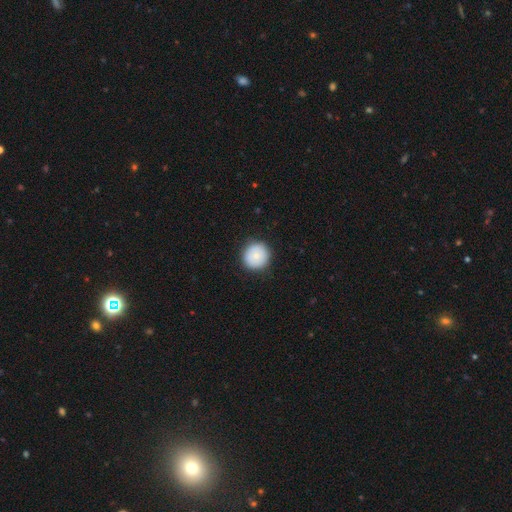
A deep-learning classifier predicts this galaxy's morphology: Smooth or featured: smooth — 78% (featured or disk — 15%)
How rounded: round — 95% (in between — 4%)
Merging: none — 89% (minor disturbance — 8%)